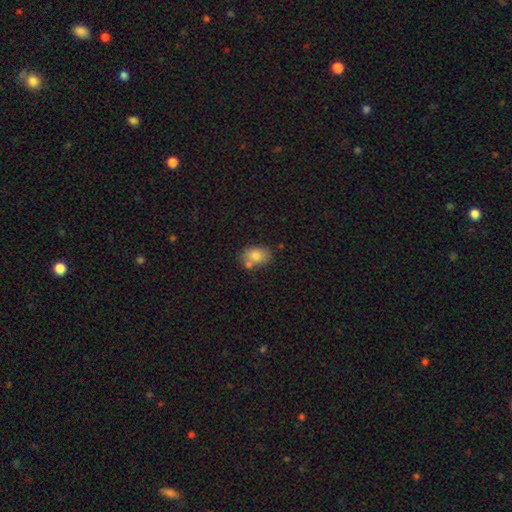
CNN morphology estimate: Smooth or featured? Predicted: smooth (p=0.79). How rounded? Predicted: in between (p=0.75). Merging? Predicted: none (p=0.62).